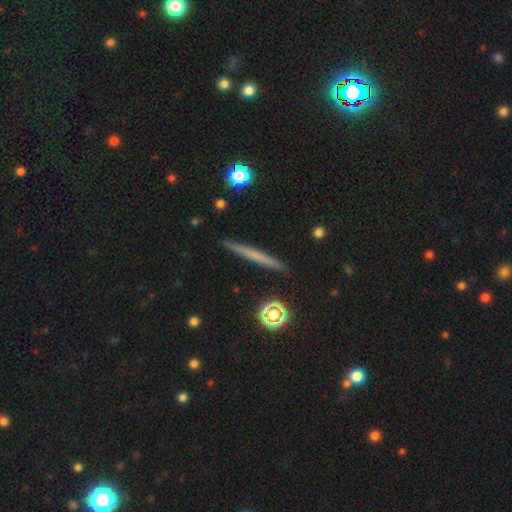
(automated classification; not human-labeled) Smooth or featured? smooth (52%)
How rounded? cigar-shaped (95%)
Merging? none (91%)